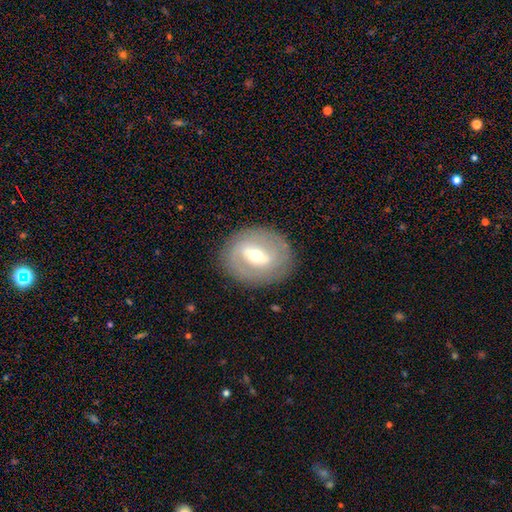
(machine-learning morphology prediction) A featured or disk galaxy (70%) with a strong bar (47%), spiral arms (56%) and a moderate central bulge (66%).

Vote fractions:
- Smooth or featured? featured or disk: 70% / smooth: 24% / star or artifact: 6%
- Edge-on disk? no: 91% / yes: 9%
- Bar? strong: 47% / weak: 41% / no: 12%
- Spiral arms? yes: 56% / no: 44%
- Bulge size? moderate: 66% / small: 27% / large: 5% / dominant: 1% / none: 1%
- Merging? none: 84% / minor disturbance: 11% / major disturbance: 4% / merger: 1%